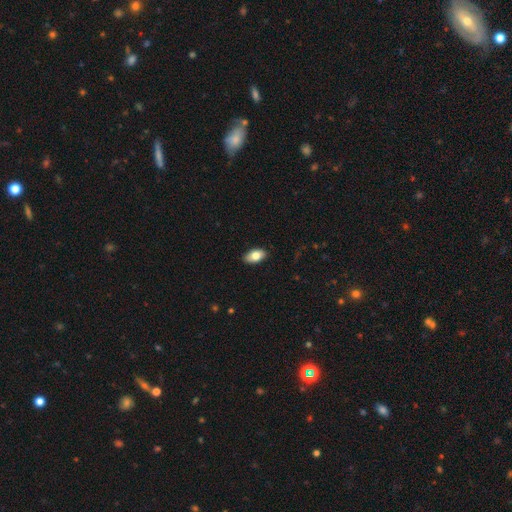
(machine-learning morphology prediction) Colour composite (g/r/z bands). It shows a smooth galaxy with no disk features (80%) that is in between round and cigar-shaped (93%). Merging: none (87%).